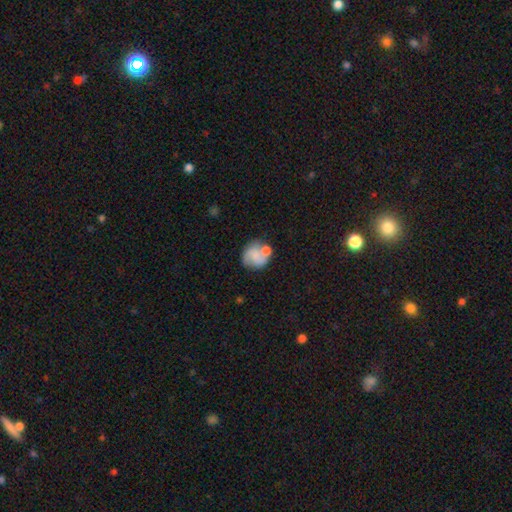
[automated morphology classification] Smooth or featured: smooth — 54% (featured or disk — 38%)
How rounded: round — 77% (in between — 22%)
Merging: none — 45% (merger — 28%)